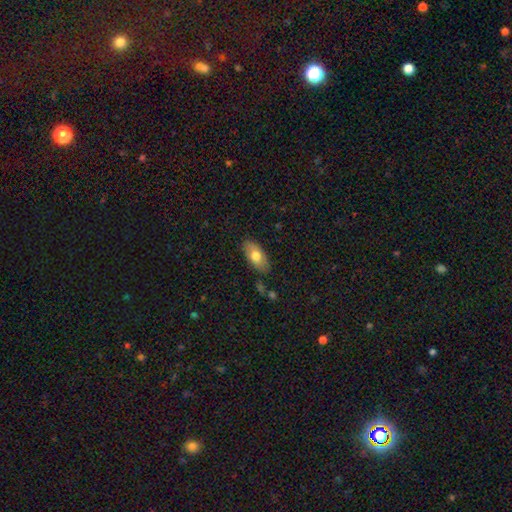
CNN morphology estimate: Q: Smooth or featured?
A: smooth (70%); runner-up: featured or disk (24%)
Q: How rounded?
A: in between (92%); runner-up: cigar-shaped (5%)
Q: Merging?
A: none (82%); runner-up: minor disturbance (13%)